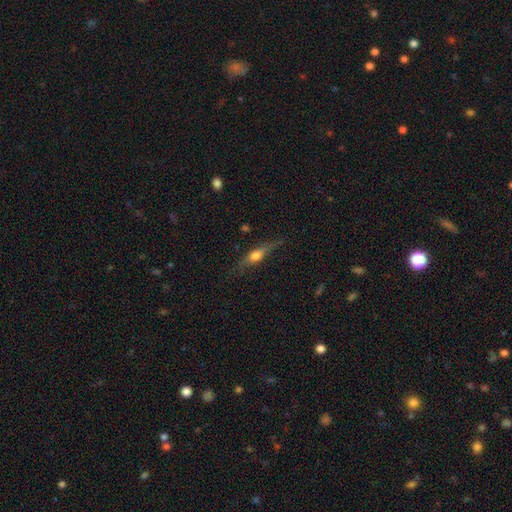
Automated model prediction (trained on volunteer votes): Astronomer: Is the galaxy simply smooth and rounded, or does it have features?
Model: featured or disk — 52% (runner-up: smooth, 40%).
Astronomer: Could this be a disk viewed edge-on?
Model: yes — 91%.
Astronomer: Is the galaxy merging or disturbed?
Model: none — 72%.